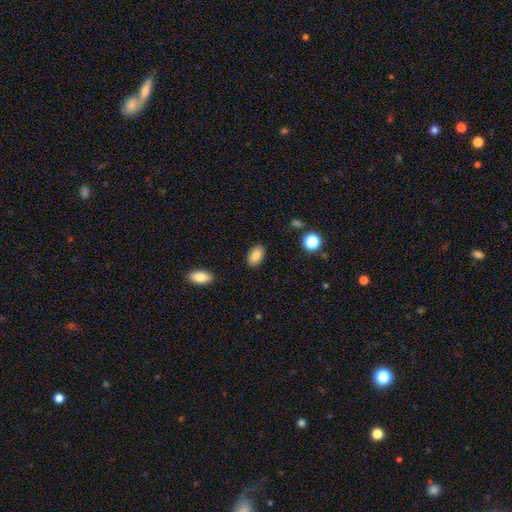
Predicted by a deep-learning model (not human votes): The model was most divided on "merging": none: 86%, minor disturbance: 10%, major disturbance: 2%, merger: 2%. More confident: how rounded — in between (91%); smooth or featured — smooth (86%).